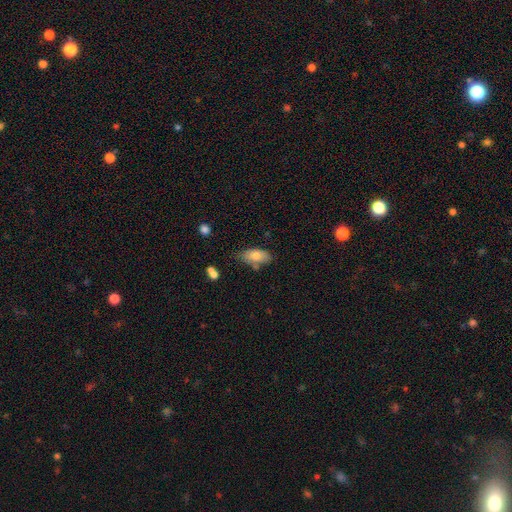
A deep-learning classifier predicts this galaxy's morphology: Overall: smooth (76%). How rounded: in between (90%). Merging: none (64%; minor disturbance 24%).